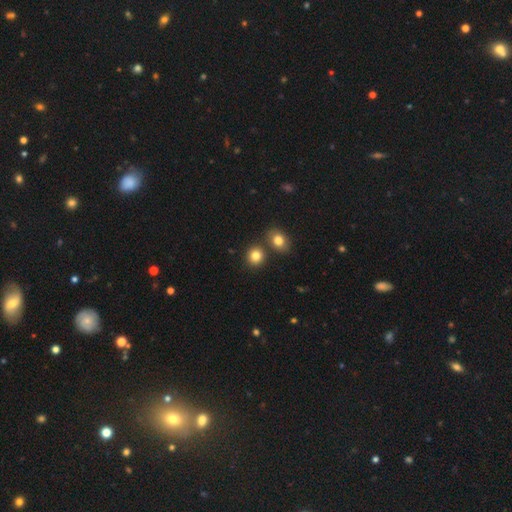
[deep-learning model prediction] A smooth galaxy with no disk features (82%) that is round (83%).

Vote fractions:
- Smooth or featured? smooth: 82% / star or artifact: 11% / featured or disk: 7%
- How rounded? round: 83% / in between: 17% / cigar-shaped: 1%
- Merging? none: 75% / merger: 15% / minor disturbance: 8% / major disturbance: 3%